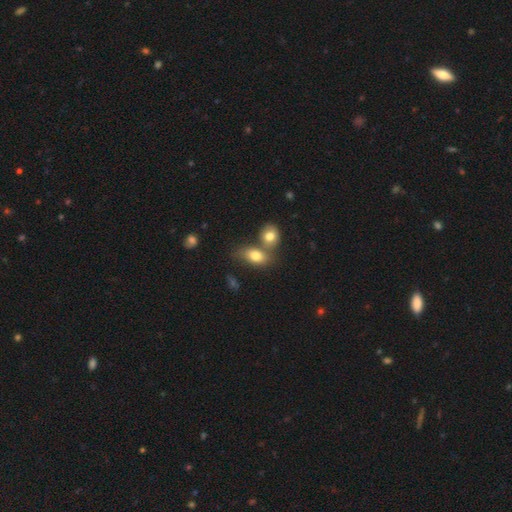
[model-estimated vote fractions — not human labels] Q: Smooth or featured?
A: smooth (78%); runner-up: featured or disk (13%)
Q: How rounded?
A: in between (82%); runner-up: round (15%)
Q: Merging?
A: merger (45%); runner-up: none (39%)